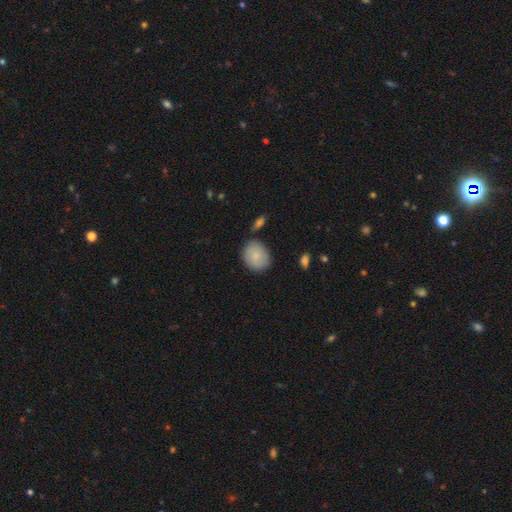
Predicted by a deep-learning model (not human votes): This appears to be a smooth galaxy with no disk features (84%) that is round (58%). Merging: none (76%).